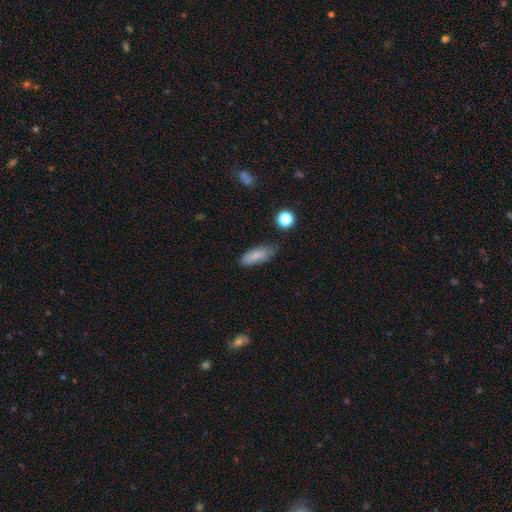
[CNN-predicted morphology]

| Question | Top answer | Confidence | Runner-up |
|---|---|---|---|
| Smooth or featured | smooth | 82% | featured or disk (10%) |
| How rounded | in between | 75% | cigar-shaped (23%) |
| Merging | none | 71% | minor disturbance (22%) |